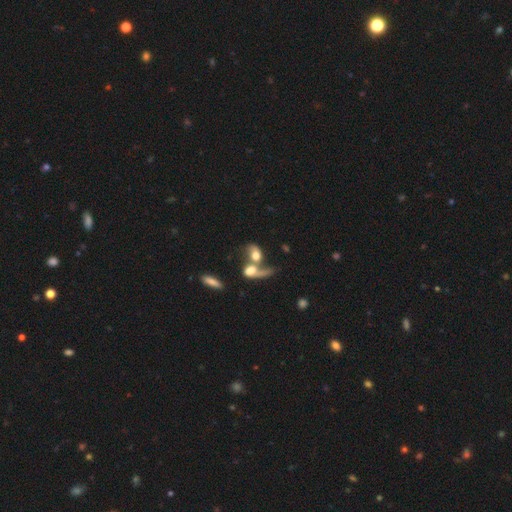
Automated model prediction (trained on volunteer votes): A smooth galaxy with no disk features (47%).

Vote fractions:
- Smooth or featured? smooth: 47% / featured or disk: 43% / star or artifact: 10%
- Merging? merger: 70% / major disturbance: 13% / none: 11% / minor disturbance: 6%